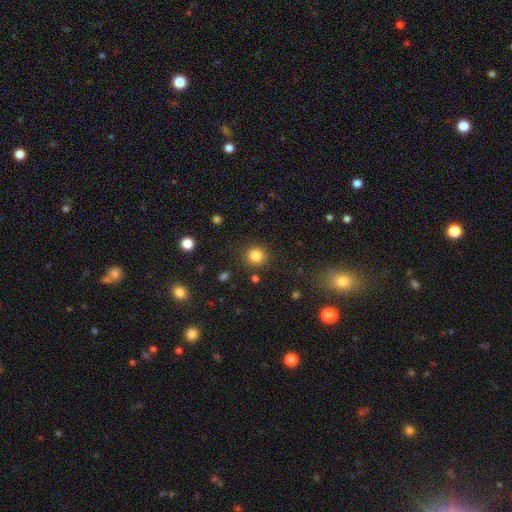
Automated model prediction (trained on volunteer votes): Smooth or featured? Predicted: smooth (p=0.84). How rounded? Predicted: round (p=0.90). Merging? Predicted: none (p=0.88).